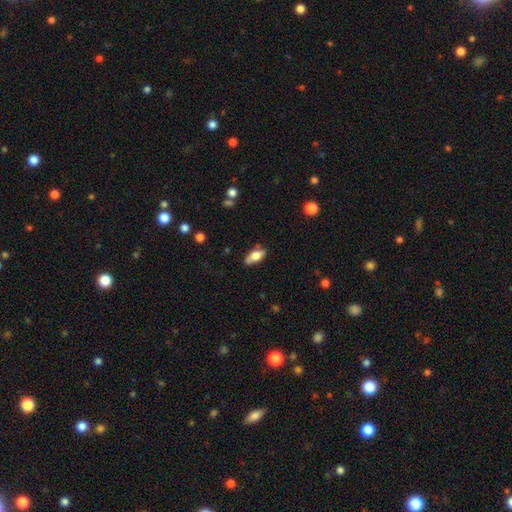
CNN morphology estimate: This is likely a smooth galaxy (67%). How rounded: clearly in between (84%). Merging: likely none (76%).